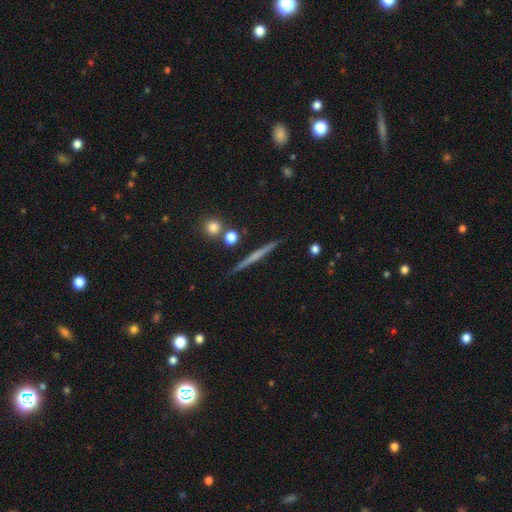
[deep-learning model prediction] A featured or disk galaxy (58%) viewed edge-on (97%) with no central bulge (79%).

Vote fractions:
- Smooth or featured? featured or disk: 58% / smooth: 35% / star or artifact: 7%
- Edge-on disk? yes: 97% / no: 3%
- Edge-on bulge? none: 79% / rounded: 16% / boxy: 5%
- Merging? none: 90% / minor disturbance: 6% / merger: 2% / major disturbance: 1%